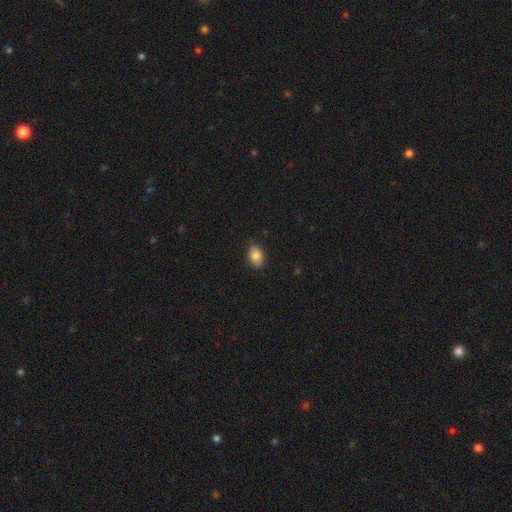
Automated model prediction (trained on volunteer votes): Morphology: type=smooth (84%); roundness=in between (86%); merging=none (84%).